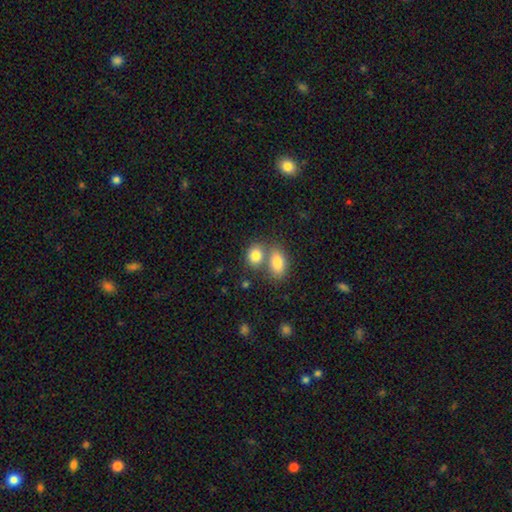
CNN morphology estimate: Smooth or featured? Predicted: smooth (p=0.82). How rounded? Predicted: in between (p=0.61). Merging? Predicted: merger (p=0.47).